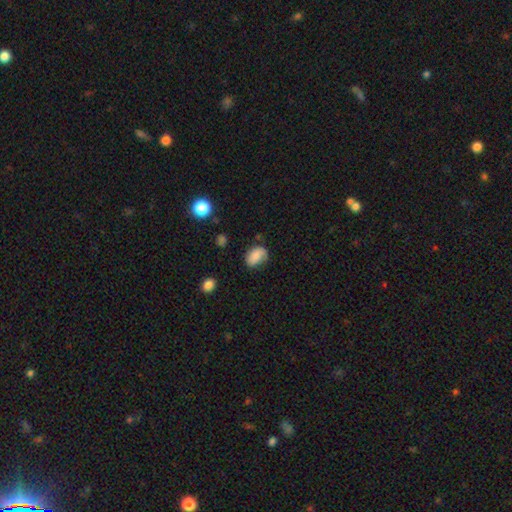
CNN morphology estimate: A smooth galaxy with no disk features (75%) that is in between round and cigar-shaped (83%).

Vote fractions:
- Smooth or featured? smooth: 75% / featured or disk: 16% / star or artifact: 9%
- How rounded? in between: 83% / round: 16% / cigar-shaped: 1%
- Merging? none: 60% / minor disturbance: 28% / major disturbance: 10% / merger: 2%